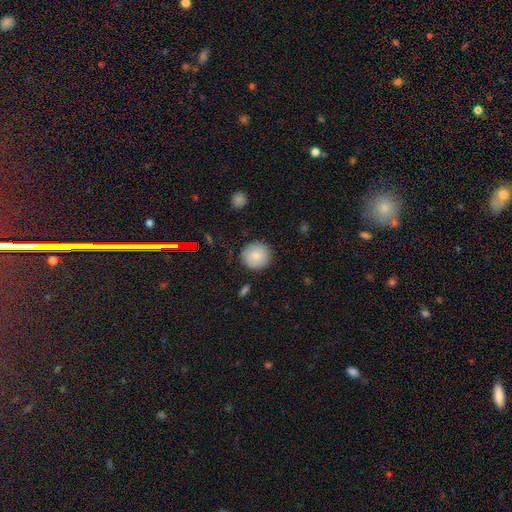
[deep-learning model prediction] smooth-or-featured: smooth: 78% | featured or disk: 13% | star or artifact: 8%
  how-rounded: round: 94% | in between: 5% | cigar-shaped: 1%
  merging: none: 87% | minor disturbance: 10% | major disturbance: 2% | merger: 1%